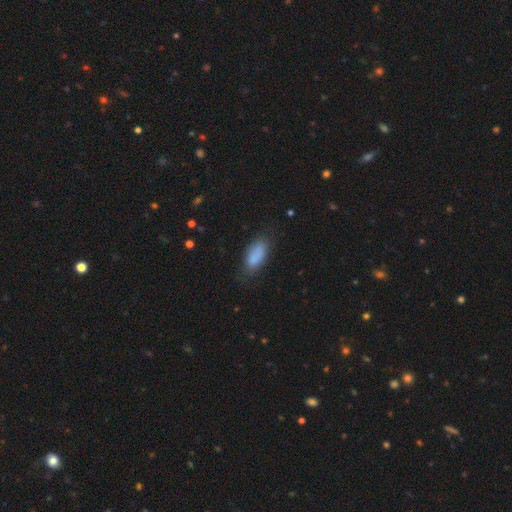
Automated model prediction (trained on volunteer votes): Smooth or featured? Predicted: smooth (p=0.84). How rounded? Predicted: in between (p=0.85). Merging? Predicted: none (p=0.70).